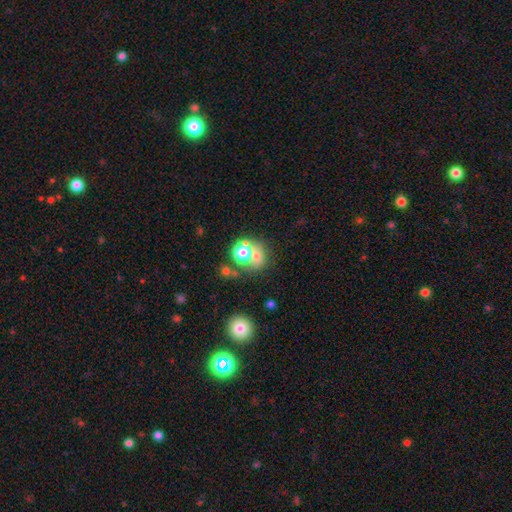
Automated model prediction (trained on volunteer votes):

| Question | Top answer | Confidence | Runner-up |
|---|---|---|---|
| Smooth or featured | smooth | 64% | featured or disk (21%) |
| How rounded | round | 70% | in between (30%) |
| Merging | merger | 48% | none (33%) |